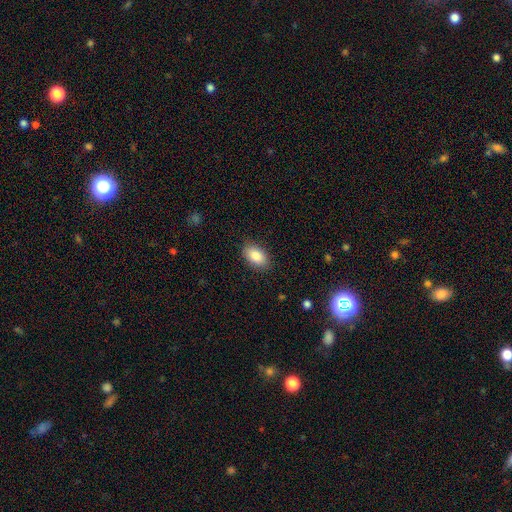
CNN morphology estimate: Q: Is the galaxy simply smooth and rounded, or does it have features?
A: smooth — 87%.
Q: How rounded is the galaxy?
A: in between — 93%.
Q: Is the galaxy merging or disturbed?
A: none — 86%.